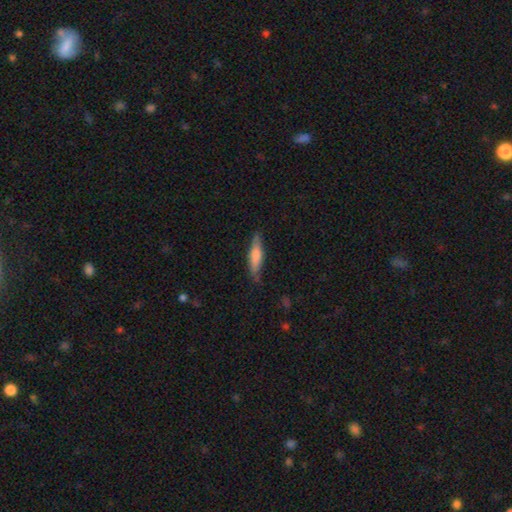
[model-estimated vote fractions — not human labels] Smooth or featured? Predicted: smooth (p=0.68). How rounded? Predicted: cigar-shaped (p=0.75). Merging? Predicted: none (p=0.78).